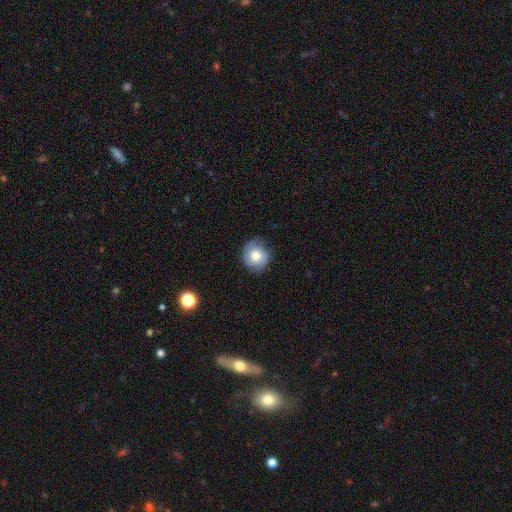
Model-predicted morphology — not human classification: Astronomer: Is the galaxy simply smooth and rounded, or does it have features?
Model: smooth — 72%.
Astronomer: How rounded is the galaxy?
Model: round — 88%.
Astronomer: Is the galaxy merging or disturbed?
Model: none — 74%.